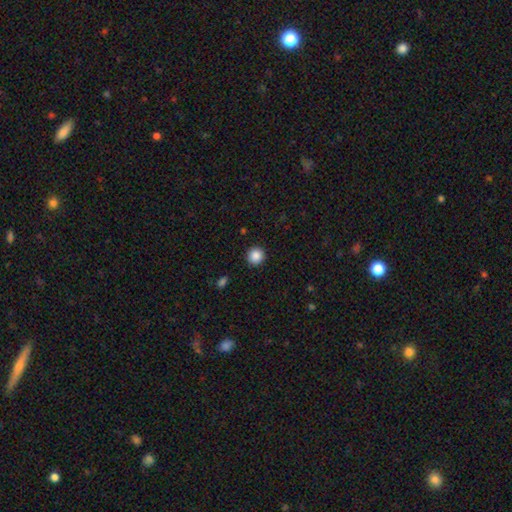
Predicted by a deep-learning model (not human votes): Smooth or featured: smooth — 87% (star or artifact — 9%)
How rounded: round — 95% (in between — 4%)
Merging: none — 92% (minor disturbance — 5%)